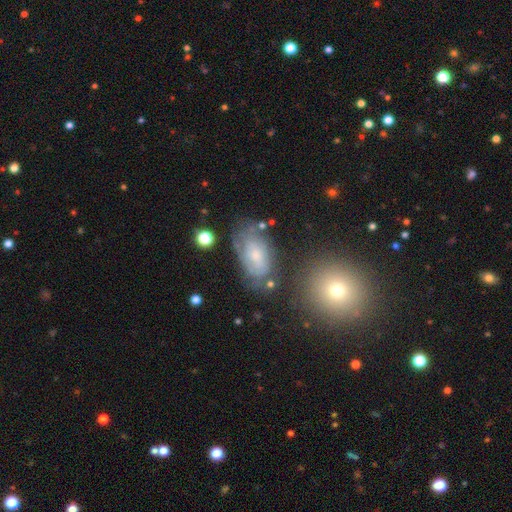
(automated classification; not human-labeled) Smooth or featured? Predicted: featured or disk (p=0.52). Edge-on disk? Predicted: no (p=0.93). Merging? Predicted: none (p=0.59).